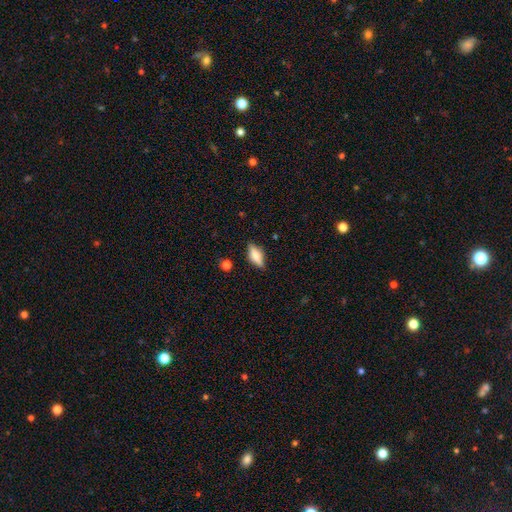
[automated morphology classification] Overall: smooth (60%; featured or disk 32%). How rounded: in between (64%; cigar-shaped 32%). Merging: none (82%).